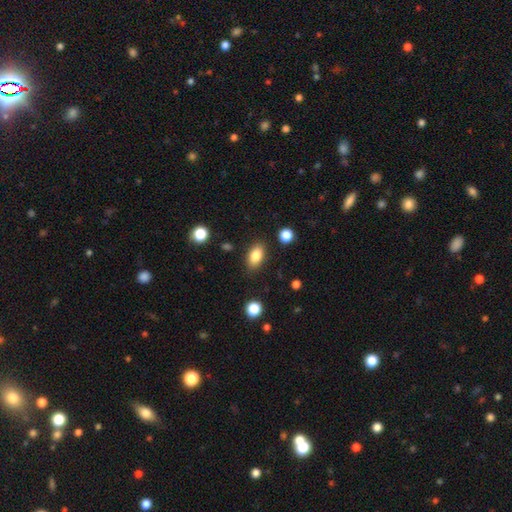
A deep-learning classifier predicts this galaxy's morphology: This appears to be a smooth galaxy with no disk features (84%) that is in between round and cigar-shaped (89%). Merging: none (85%).